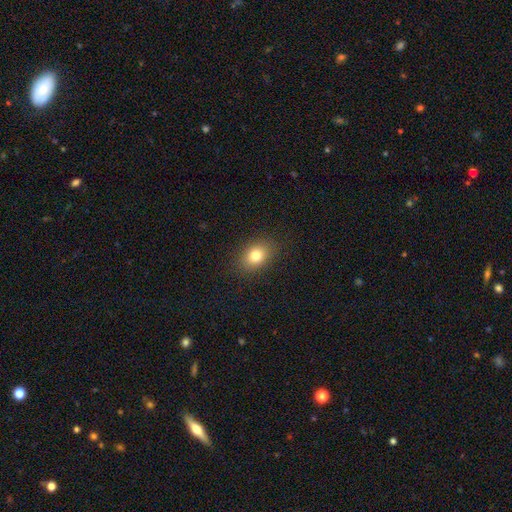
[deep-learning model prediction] Smooth or featured? Predicted: smooth (p=0.80). How rounded? Predicted: in between (p=0.70). Merging? Predicted: none (p=0.87).